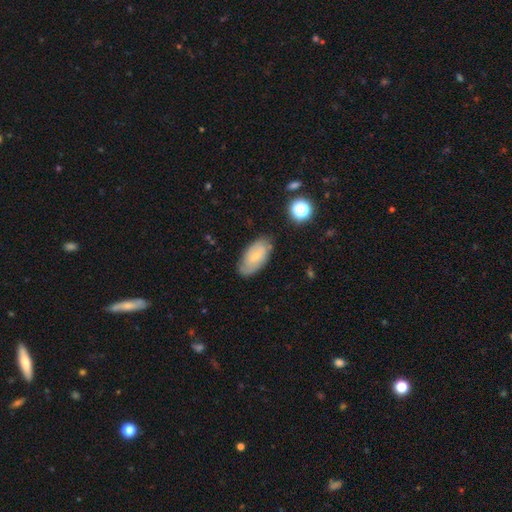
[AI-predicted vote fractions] Morphology: type=smooth (56%); roundness=in between (93%); merging=none (71%).